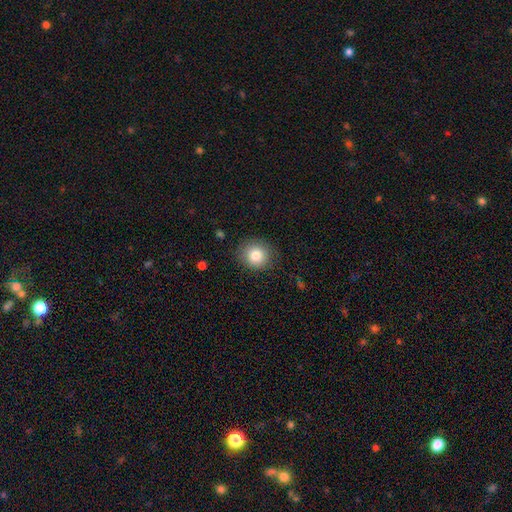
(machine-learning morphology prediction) Smooth or featured? smooth (83%)
How rounded? round (84%)
Merging? none (86%)